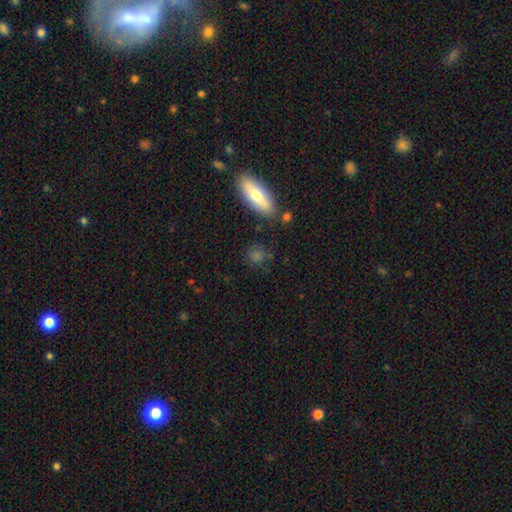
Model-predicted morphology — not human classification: The model was most divided on "how rounded": in between: 42%, round: 35%, cigar-shaped: 24%. More confident: merging — none (78%); smooth or featured — smooth (74%).